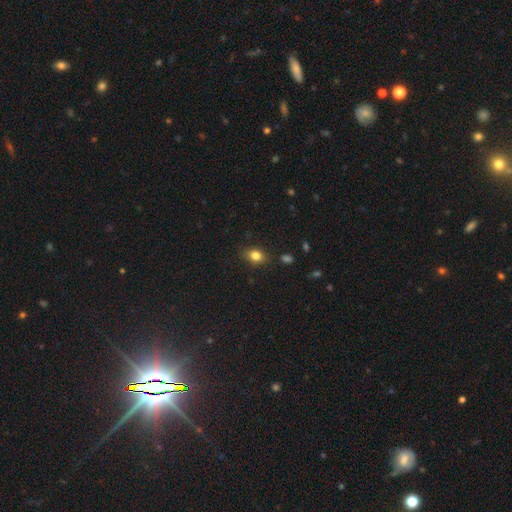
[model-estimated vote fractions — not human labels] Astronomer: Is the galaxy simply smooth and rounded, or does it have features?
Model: smooth — 82%.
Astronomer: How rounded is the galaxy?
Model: in between — 67%.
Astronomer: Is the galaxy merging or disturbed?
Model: none — 82%.